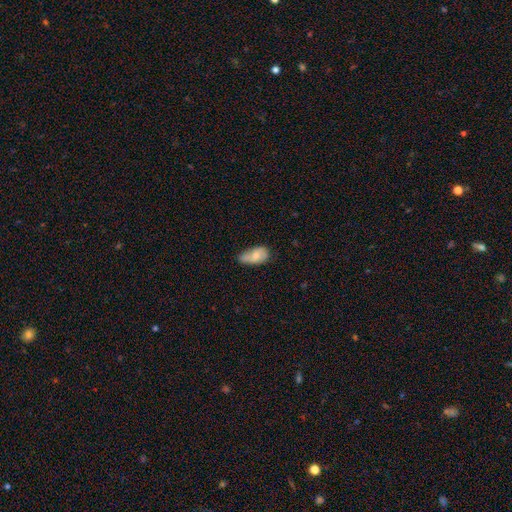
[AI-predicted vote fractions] A smooth galaxy with no disk features (68%) that is in between round and cigar-shaped (91%). Merging: minor disturbance (42%).